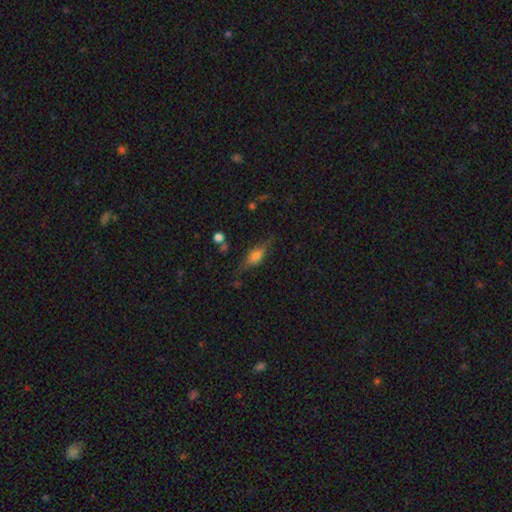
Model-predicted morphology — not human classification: Smooth or featured?
  - smooth: 50% *
  - featured or disk: 40%
  - star or artifact: 10%
Merging?
  - none: 71% *
  - minor disturbance: 20%
  - major disturbance: 7%
  - merger: 3%